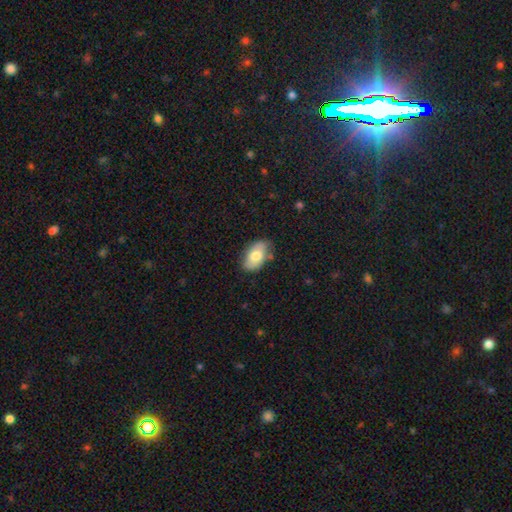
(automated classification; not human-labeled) smooth_or_featured: smooth (p=0.69) [alt: featured or disk p=0.24]
how_rounded: in between (p=0.92) [alt: round p=0.06]
merging: none (p=0.73) [alt: minor disturbance p=0.21]